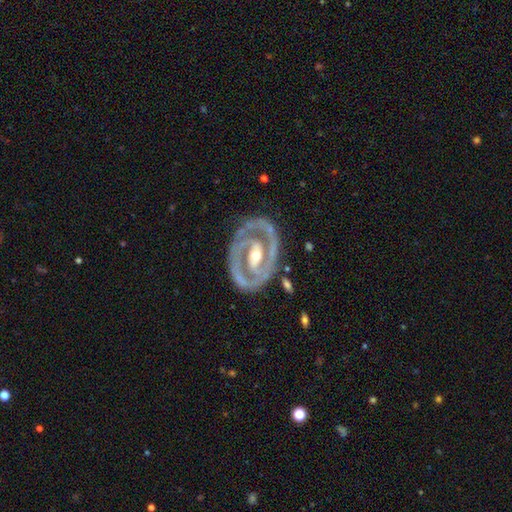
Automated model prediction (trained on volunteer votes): A featured or disk galaxy (88%) with a strong bar (42%), 2 (75%) tight (61%) spiral arms (82%) and a moderate central bulge (62%).

Vote fractions:
- Smooth or featured? featured or disk: 88% / smooth: 8% / star or artifact: 4%
- Edge-on disk? no: 96% / yes: 4%
- Bar? strong: 42% / weak: 31% / no: 27%
- Spiral arms? yes: 82% / no: 18%
- Spiral winding? tight: 61% / medium: 32% / loose: 8%
- Spiral arm count? 2: 75% / can't tell: 10% / 1: 8% / 3: 4% / 4: 2% / more than 4: 1%
- Bulge size? moderate: 62% / small: 31% / large: 5% / none: 1% / dominant: 1%
- Merging? none: 75% / minor disturbance: 16% / major disturbance: 7% / merger: 2%